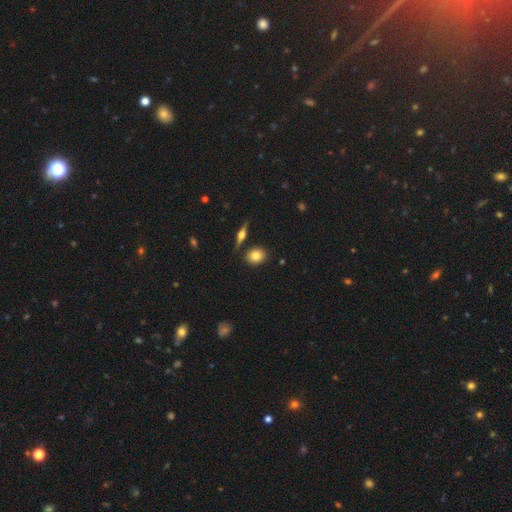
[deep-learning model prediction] This appears to be a smooth galaxy with no disk features (79%) that is round (55%). Merging: none (82%).